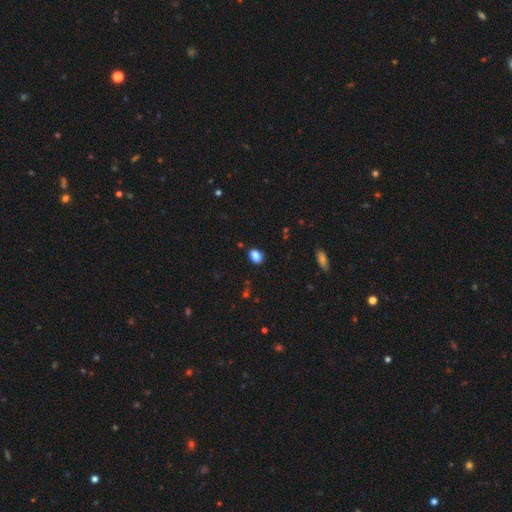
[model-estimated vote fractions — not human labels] Smooth or featured? Predicted: smooth (p=0.86). How rounded? Predicted: in between (p=0.71). Merging? Predicted: none (p=0.88).